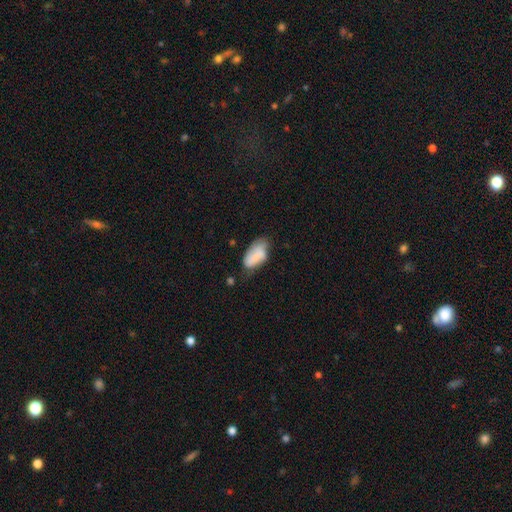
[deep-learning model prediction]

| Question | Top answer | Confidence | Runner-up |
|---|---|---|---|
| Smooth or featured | smooth | 75% | featured or disk (18%) |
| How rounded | in between | 93% | cigar-shaped (4%) |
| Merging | none | 45% | minor disturbance (36%) |